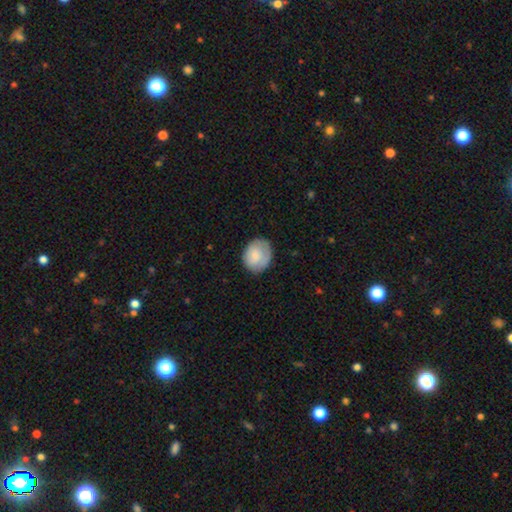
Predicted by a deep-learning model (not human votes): The model was most divided on "how rounded": round: 61%, in between: 38%, cigar-shaped: 1%. More confident: smooth or featured — smooth (78%); merging — none (73%).